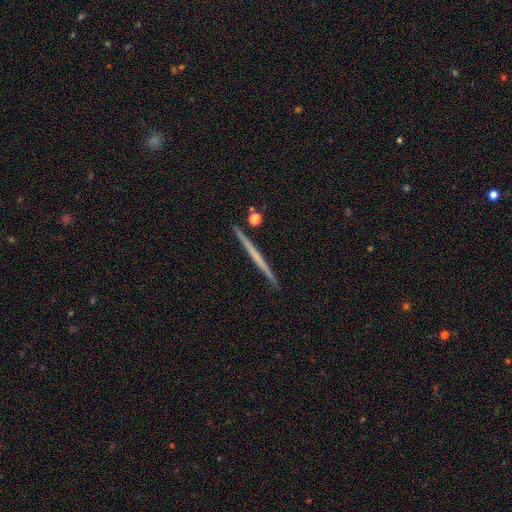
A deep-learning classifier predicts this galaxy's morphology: smooth-or-featured: featured or disk: 55% | smooth: 39% | star or artifact: 6%
  disk-edge-on: yes: 98% | no: 2%
    edge-on-bulge: none: 87% | rounded: 9% | boxy: 4%
  merging: none: 92% | minor disturbance: 5% | merger: 2% | major disturbance: 1%